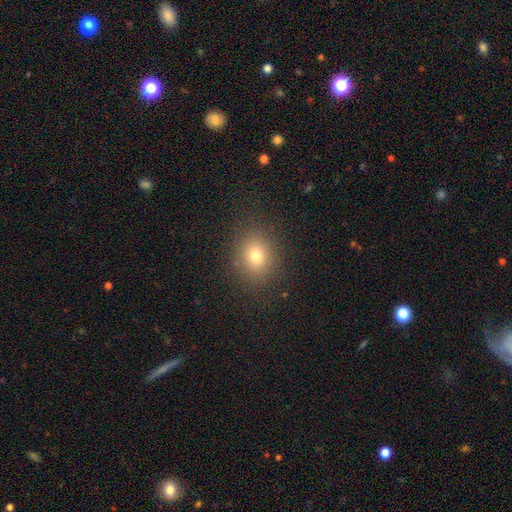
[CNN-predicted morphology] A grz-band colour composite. It shows a smooth galaxy with no disk features (75%) that is round (60%). Merging: none (86%).